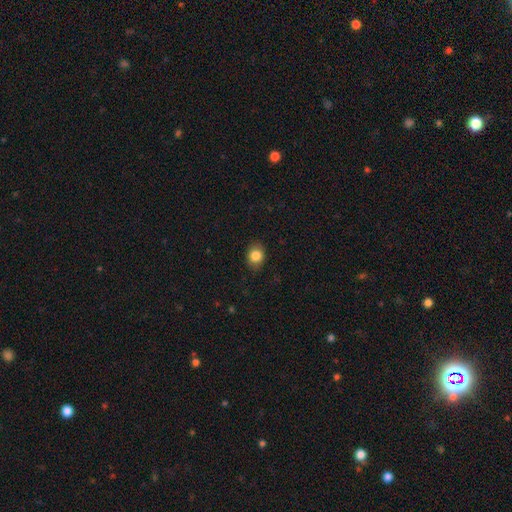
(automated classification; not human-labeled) Smooth or featured? Predicted: smooth (p=0.84). How rounded? Predicted: in between (p=0.51). Merging? Predicted: none (p=0.86).